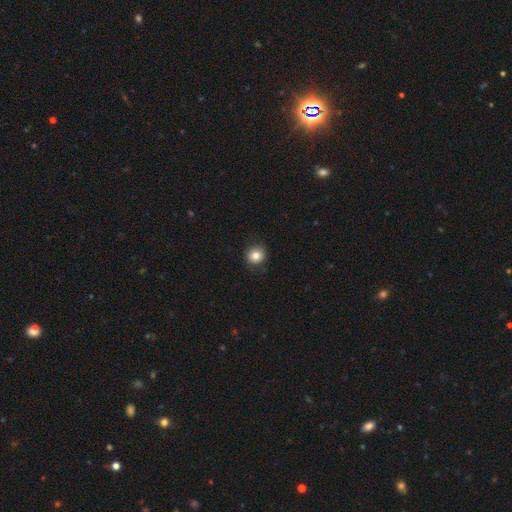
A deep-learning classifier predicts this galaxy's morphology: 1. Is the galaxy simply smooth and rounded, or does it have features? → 83% smooth, 10% star or artifact, 7% featured or disk.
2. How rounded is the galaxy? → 87% round, 12% in between, 1% cigar-shaped.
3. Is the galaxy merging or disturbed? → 88% none, 9% minor disturbance, 3% major disturbance, 1% merger.